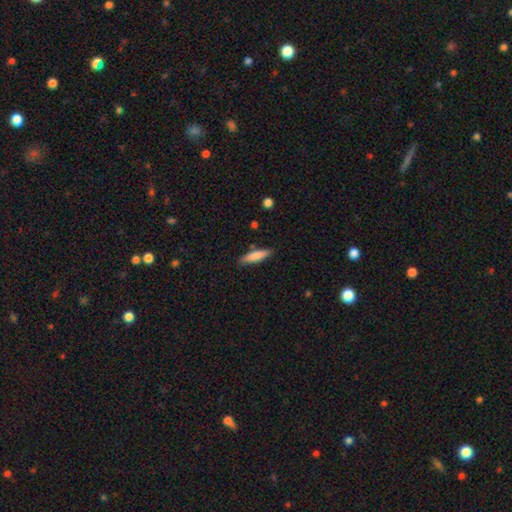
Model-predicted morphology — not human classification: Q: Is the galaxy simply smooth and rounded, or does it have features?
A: smooth — 80%.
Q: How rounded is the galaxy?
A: cigar-shaped — 74%.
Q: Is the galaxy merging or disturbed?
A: none — 84%.